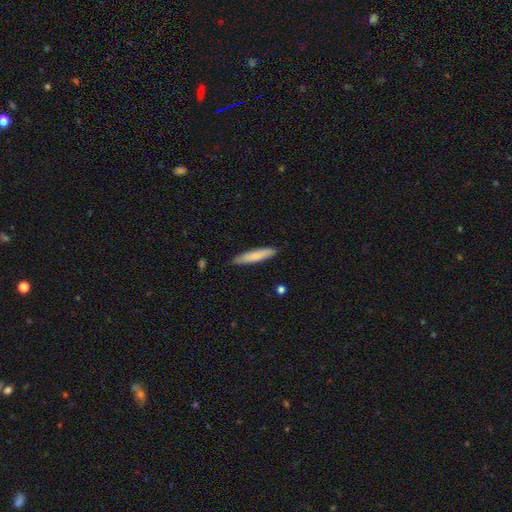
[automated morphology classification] type=smooth (78%); roundness=cigar-shaped (89%); merging=none (86%).